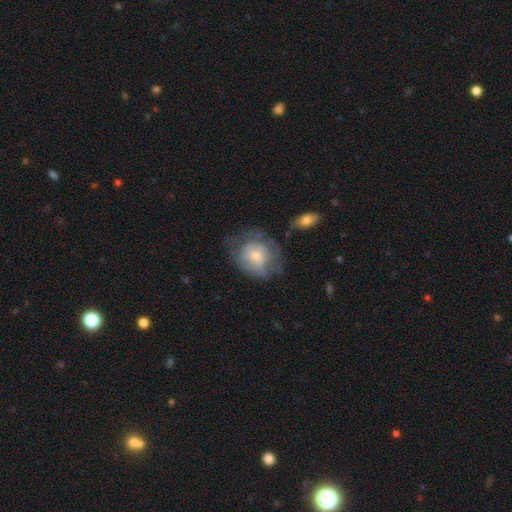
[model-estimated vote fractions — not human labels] The model was most divided on "smooth or featured": smooth: 53%, featured or disk: 39%, star or artifact: 7%. Remaining: how rounded — round (62%); merging — none (45%).